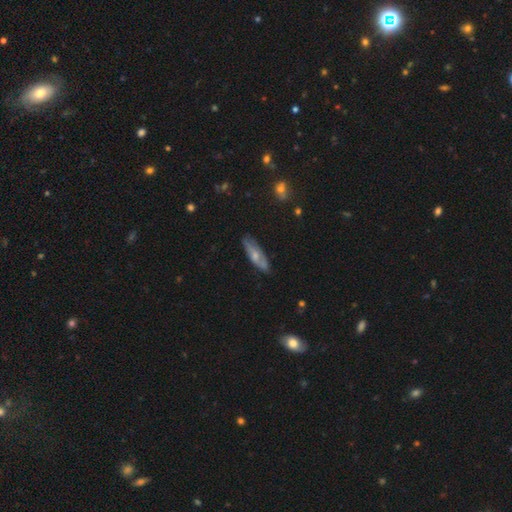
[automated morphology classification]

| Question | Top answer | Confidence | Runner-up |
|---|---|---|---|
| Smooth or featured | featured or disk | 48% | smooth (46%) |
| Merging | none | 79% | minor disturbance (17%) |